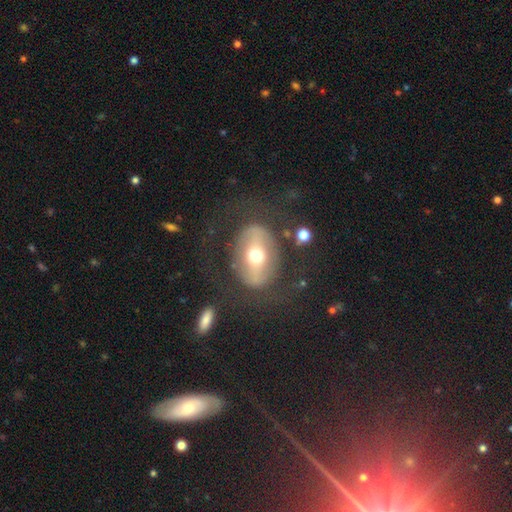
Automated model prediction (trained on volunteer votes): Q: Smooth or featured?
A: featured or disk (56%); runner-up: smooth (36%)
Q: Edge-on disk?
A: no (91%); runner-up: yes (9%)
Q: Bar?
A: strong (47%); runner-up: weak (27%)
Q: Spiral arms?
A: no (70%); runner-up: yes (30%)
Q: Bulge size?
A: moderate (71%); runner-up: large (15%)
Q: Merging?
A: none (70%); runner-up: minor disturbance (14%)